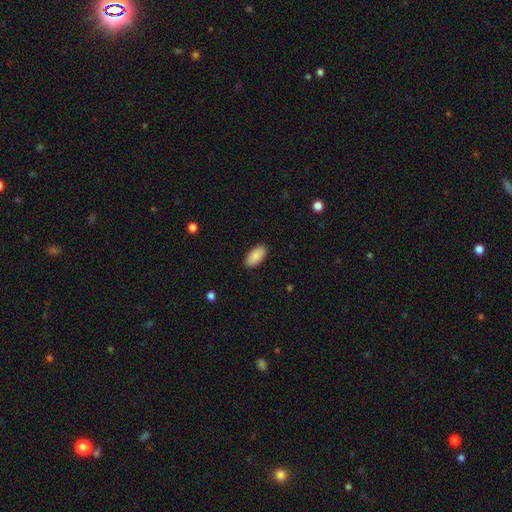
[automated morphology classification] Smooth or featured? Predicted: smooth (p=0.89). How rounded? Predicted: in between (p=0.93). Merging? Predicted: none (p=0.89).